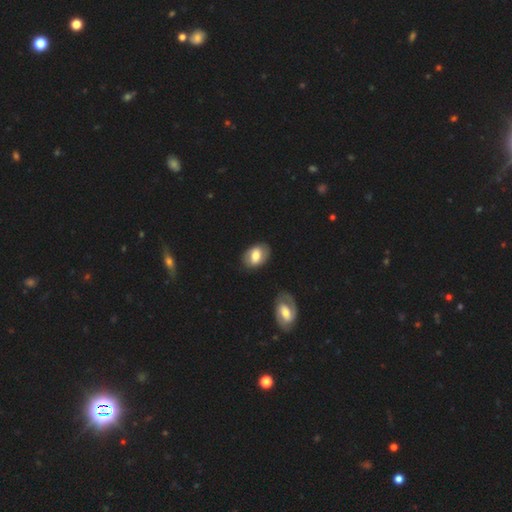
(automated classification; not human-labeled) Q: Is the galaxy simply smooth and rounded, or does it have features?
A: smooth — 63%.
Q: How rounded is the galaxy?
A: in between — 82%.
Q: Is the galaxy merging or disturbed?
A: none — 78%.